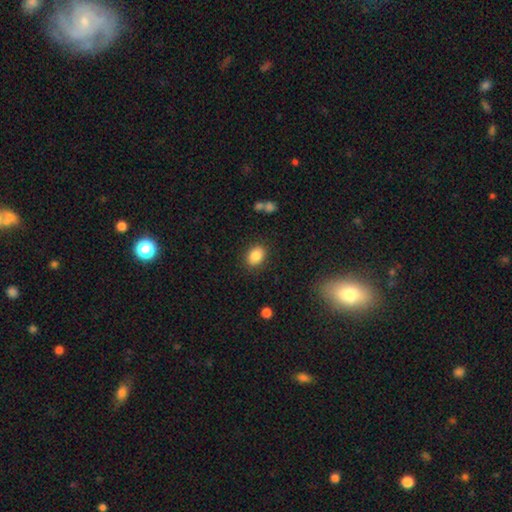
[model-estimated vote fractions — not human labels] Morphology: type=smooth (85%); roundness=in between (68%); merging=none (86%).